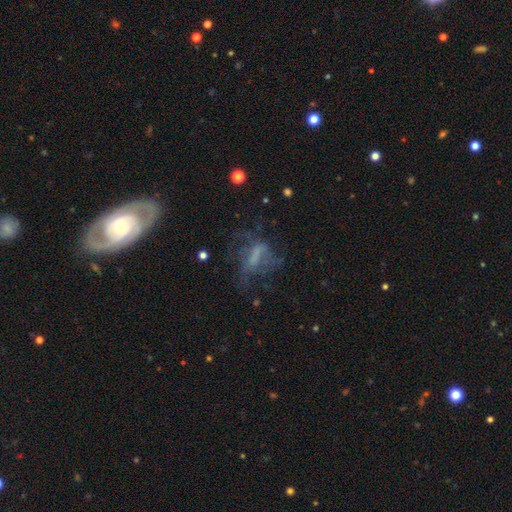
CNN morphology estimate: smooth-or-featured: featured or disk: 48% | smooth: 31% | star or artifact: 21%
  merging: major disturbance: 39% (tied) | none: 39% (tied) | minor disturbance: 18% | merger: 4%